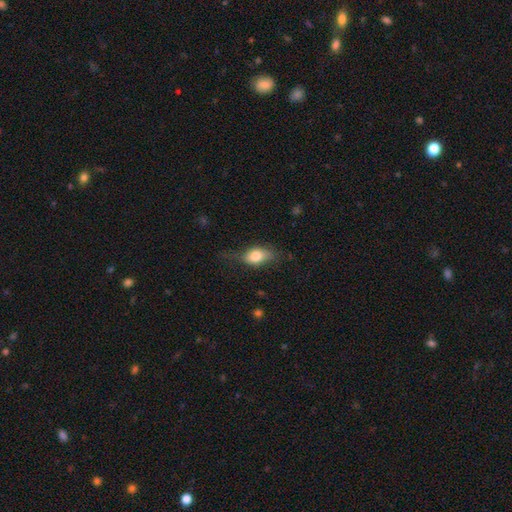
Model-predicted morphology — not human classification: smooth-or-featured: smooth: 75% | featured or disk: 17% | star or artifact: 7%
  how-rounded: in between: 84% | round: 10% | cigar-shaped: 6%
  merging: none: 54% | minor disturbance: 29% | major disturbance: 14% | merger: 2%